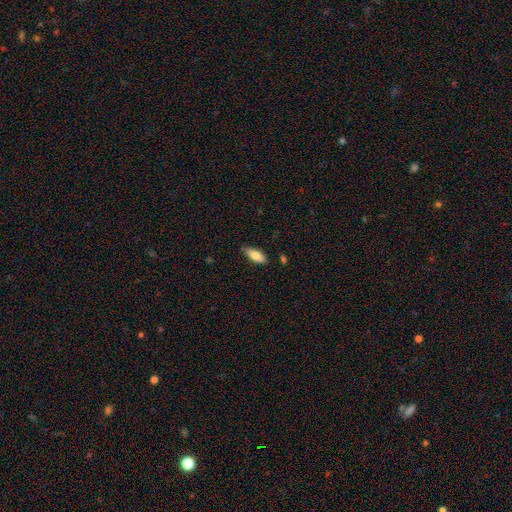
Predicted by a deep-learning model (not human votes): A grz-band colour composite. It shows a smooth galaxy with no disk features (82%) that is in between round and cigar-shaped (75%). Merging: none (76%).